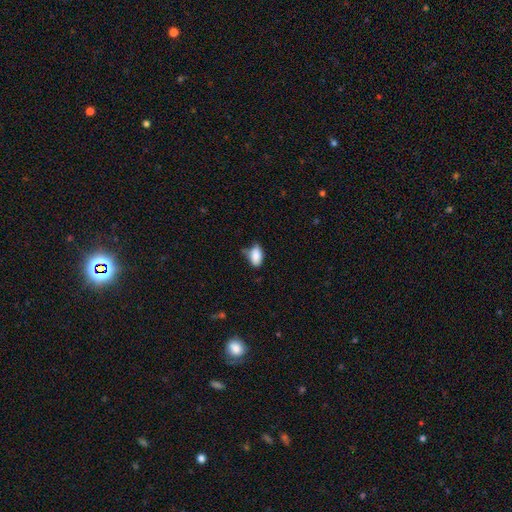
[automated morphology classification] type=smooth (85%); roundness=in between (91%); merging=none (51%).